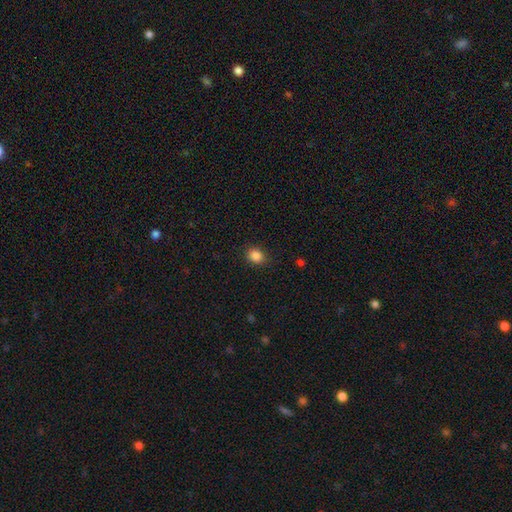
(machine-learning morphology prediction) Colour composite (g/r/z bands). It shows a smooth galaxy with no disk features (86%) that is round (62%). Merging: none (87%).